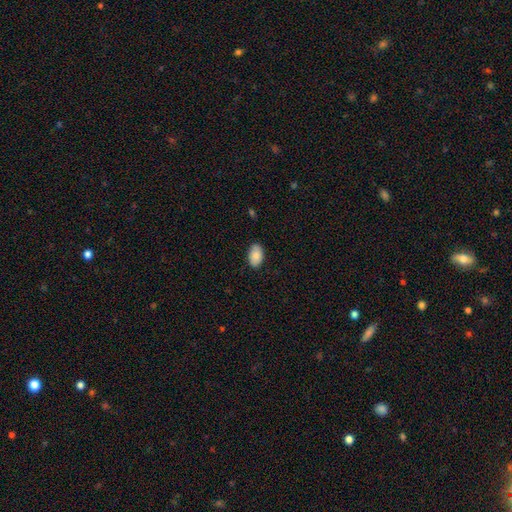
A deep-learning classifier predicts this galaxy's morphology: smooth_or_featured: smooth (p=0.84) [alt: featured or disk p=0.09]
how_rounded: in between (p=0.92) [alt: round p=0.06]
merging: none (p=0.85) [alt: minor disturbance p=0.12]